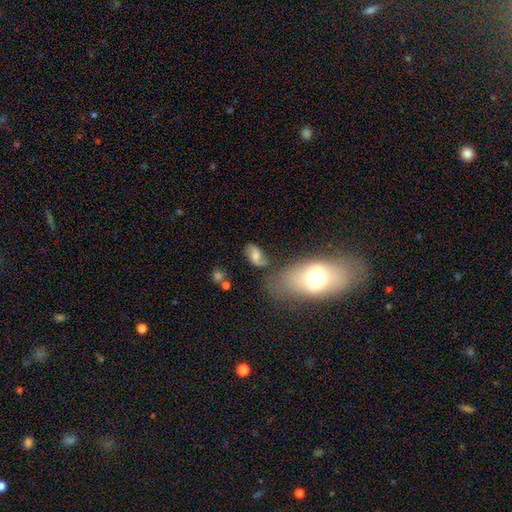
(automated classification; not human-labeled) smooth-or-featured: featured or disk: 48% | smooth: 42% | star or artifact: 10%
  merging: none: 59% | minor disturbance: 21% | major disturbance: 10% | merger: 10%